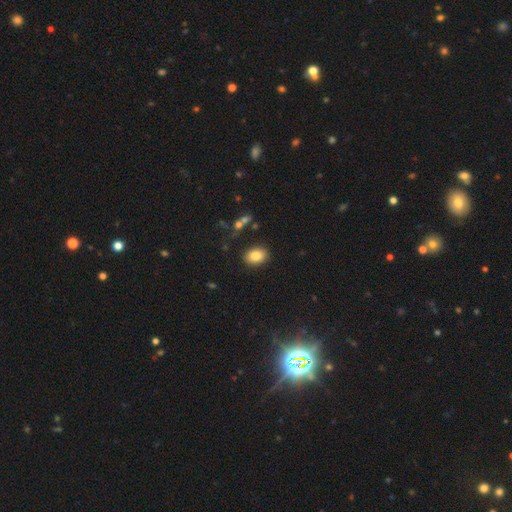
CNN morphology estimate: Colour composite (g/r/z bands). It shows a smooth galaxy with no disk features (85%) that is in between round and cigar-shaped (78%). Merging: none (85%).